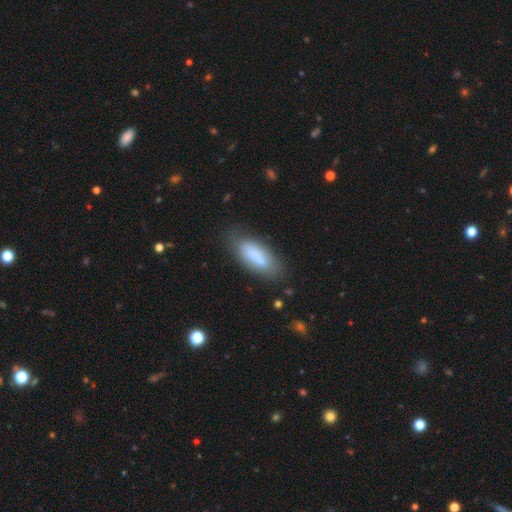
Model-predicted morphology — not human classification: type=smooth (79%); roundness=in between (70%); merging=none (76%).